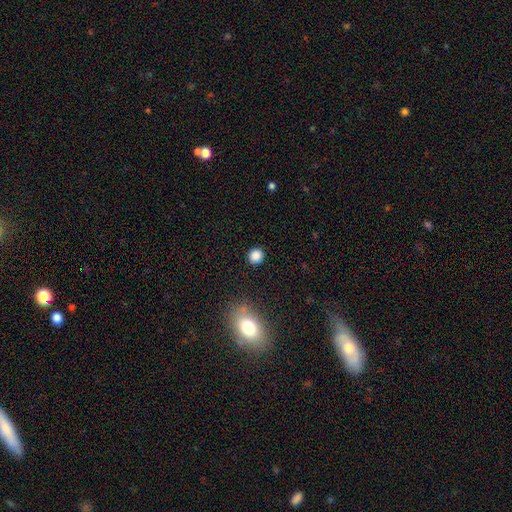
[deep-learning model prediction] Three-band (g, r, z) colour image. It shows a smooth galaxy with no disk features (85%) that is round (87%). Merging: none (90%).